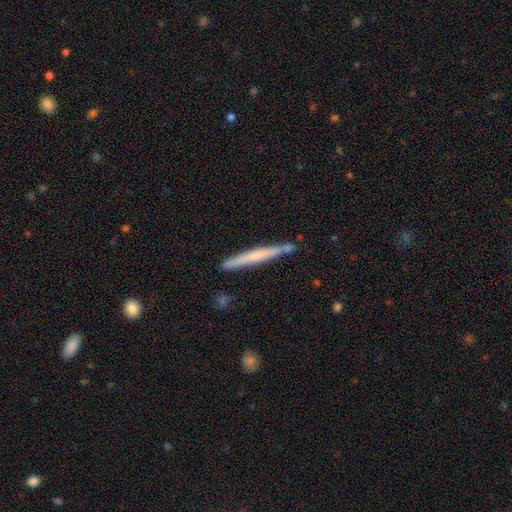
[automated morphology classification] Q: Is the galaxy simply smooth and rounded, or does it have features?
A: smooth — 50%.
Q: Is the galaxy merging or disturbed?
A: none — 84%.